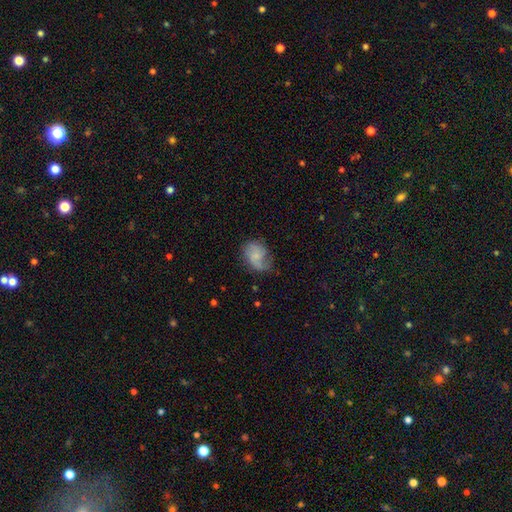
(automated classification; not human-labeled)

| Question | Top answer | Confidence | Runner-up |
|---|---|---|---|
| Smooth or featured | smooth | 46% | featured or disk (45%) |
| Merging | none | 52% | minor disturbance (28%) |